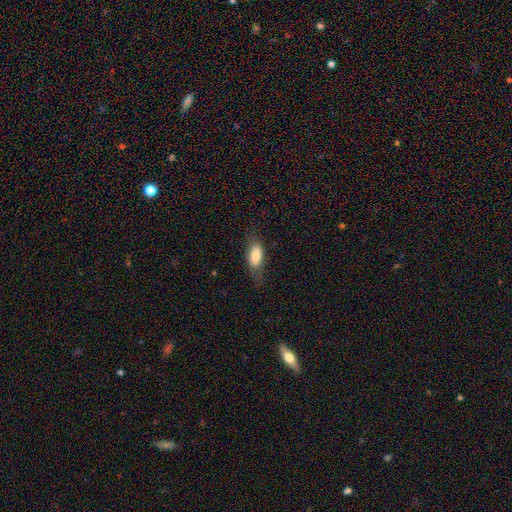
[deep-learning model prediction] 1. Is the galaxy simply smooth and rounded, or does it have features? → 76% smooth, 17% featured or disk, 7% star or artifact.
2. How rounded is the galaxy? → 85% in between, 11% cigar-shaped, 3% round.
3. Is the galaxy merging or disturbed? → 64% none, 24% minor disturbance, 11% major disturbance, 1% merger.